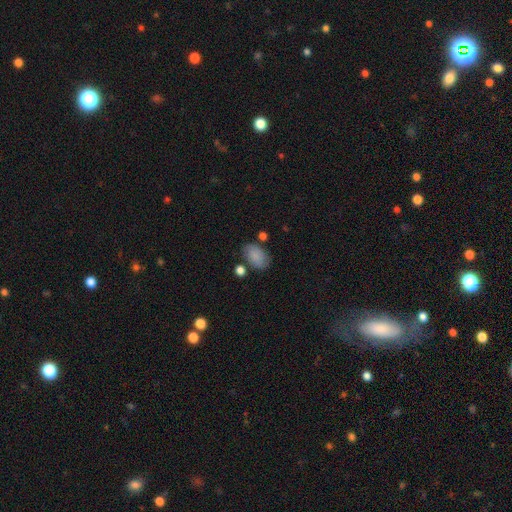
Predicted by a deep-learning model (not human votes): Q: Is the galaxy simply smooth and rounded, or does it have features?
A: smooth — 84%.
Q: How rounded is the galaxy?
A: in between — 87%.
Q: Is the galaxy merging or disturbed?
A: none — 70%.